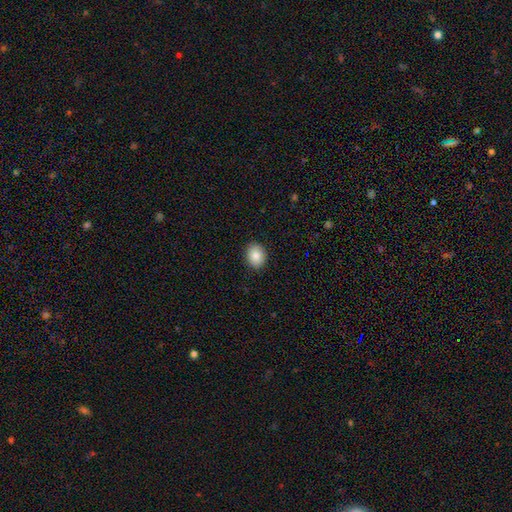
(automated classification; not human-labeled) smooth-or-featured: smooth: 86% | star or artifact: 8% | featured or disk: 6%
  how-rounded: in between: 53% | round: 47% | cigar-shaped: 1%
  merging: none: 90% | minor disturbance: 7% | major disturbance: 2% | merger: 1%